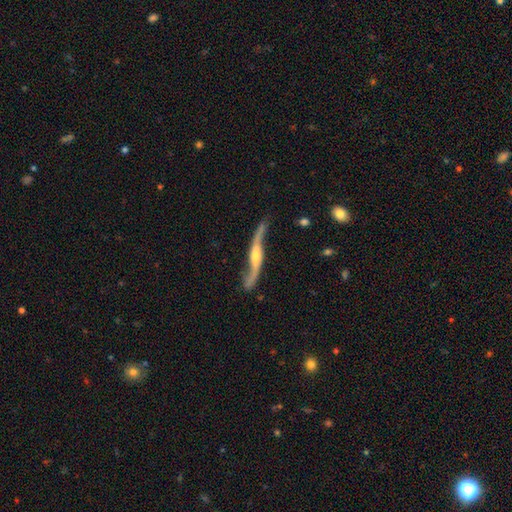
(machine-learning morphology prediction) Overall: featured or disk (87%). Edge-on disk: no (60%; yes 40%). Bar: no (47%; weak 32%). Spiral arms: yes (95%). Bulge size: moderate (48%; small 34%). Merging: none (71%).